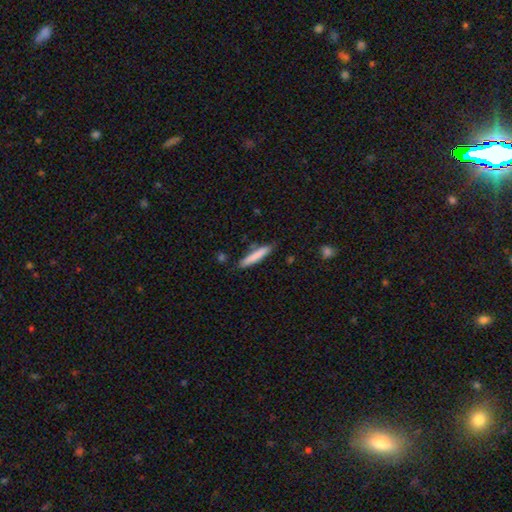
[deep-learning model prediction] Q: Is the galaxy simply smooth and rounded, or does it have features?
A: smooth — 79%.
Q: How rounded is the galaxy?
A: cigar-shaped — 91%.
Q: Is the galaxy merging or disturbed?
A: none — 83%.